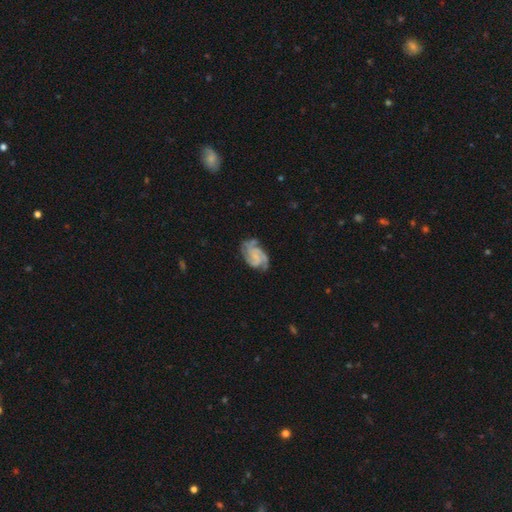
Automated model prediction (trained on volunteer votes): Smooth or featured: featured or disk — 85% (smooth — 9%)
Edge-on disk: no — 98% (yes — 2%)
Bar: no — 54% (weak — 37%)
Spiral arms: yes — 97% (no — 3%)
Spiral winding: tight — 48% (medium — 42%)
Spiral arm count: 3 — 45% (2 — 25%)
Bulge size: small — 49% (none — 37%)
Merging: none — 66% (minor disturbance — 22%)